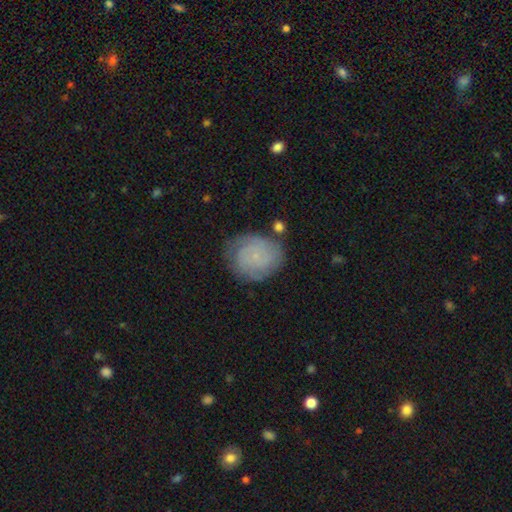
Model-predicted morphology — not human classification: This is possibly a featured or disk galaxy (56%). It is clearly not viewed edge-on (98%). Bar: likely no (79%). Spiral arm pattern: clearly yes (89%). Central bulge: likely small (77%). Merging: likely none (71%).